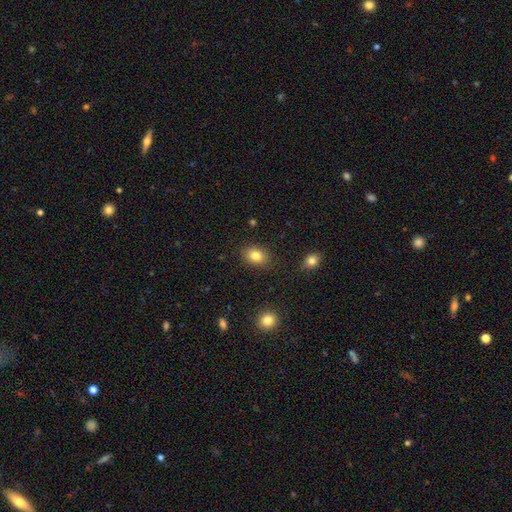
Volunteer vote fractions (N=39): A smooth galaxy with no disk features (82%) that is in between round and cigar-shaped (66%). Merging: none (84%).